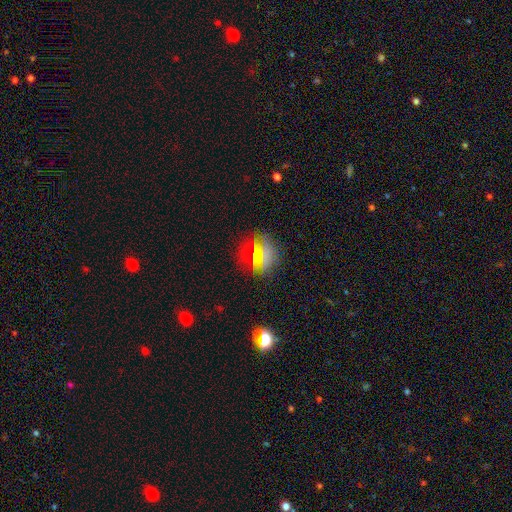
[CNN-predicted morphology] smooth 60%, star or artifact 27%, featured or disk 14%. Down the decision tree: how rounded — round (76%); merging — none (82%).